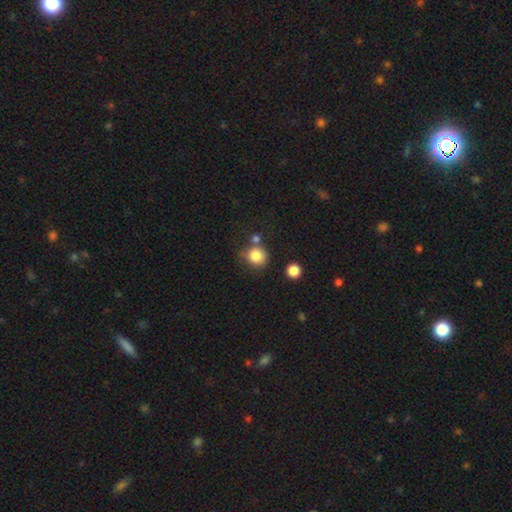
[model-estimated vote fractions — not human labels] This is clearly a smooth galaxy (84%). How rounded: clearly round (87%). Merging: likely none (68%).